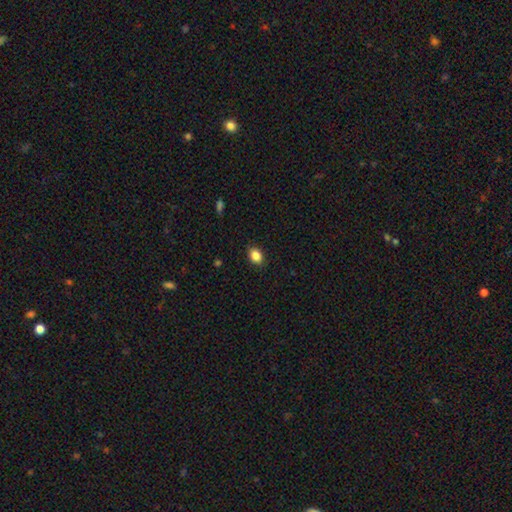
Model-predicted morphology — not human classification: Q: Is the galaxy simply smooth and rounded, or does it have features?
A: smooth — 86%.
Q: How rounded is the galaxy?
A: in between — 69%.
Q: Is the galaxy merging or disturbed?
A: none — 88%.